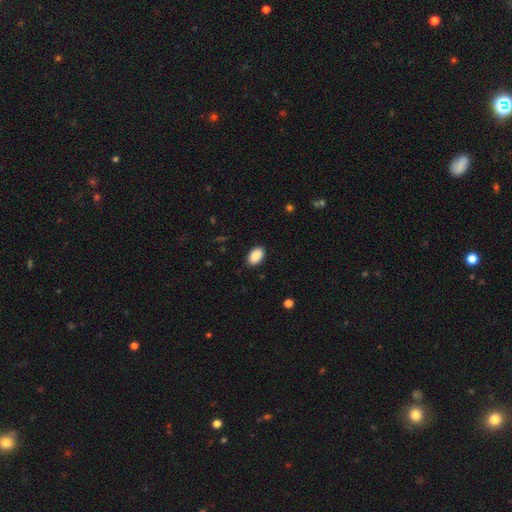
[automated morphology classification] Smooth or featured: smooth — 90% (star or artifact — 7%)
How rounded: in between — 92% (round — 7%)
Merging: none — 88% (minor disturbance — 9%)